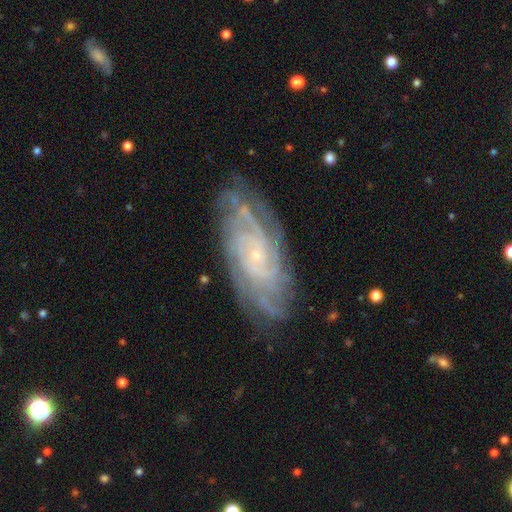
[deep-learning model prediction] featured or disk 86%, smooth 7%, star or artifact 6%. Down the decision tree: edge-on disk — no (94%); bar — no (73%); spiral arms — yes (97%); spiral arm count — can't tell (31%); spiral winding — tight (70%); bulge size — small (84%); merging — none (77%).